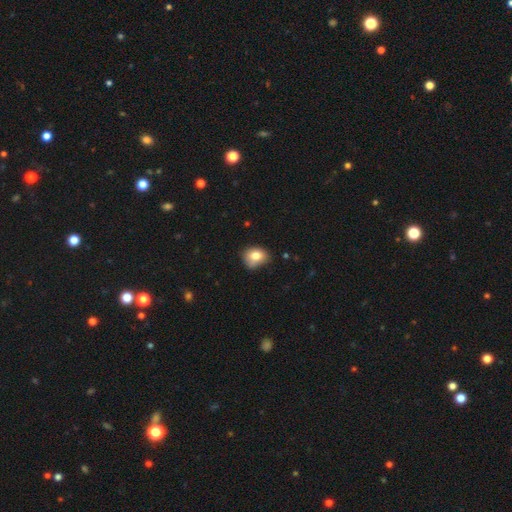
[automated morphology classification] Smooth or featured: smooth — 79% (featured or disk — 11%)
How rounded: round — 52% (in between — 47%)
Merging: none — 59% (minor disturbance — 31%)